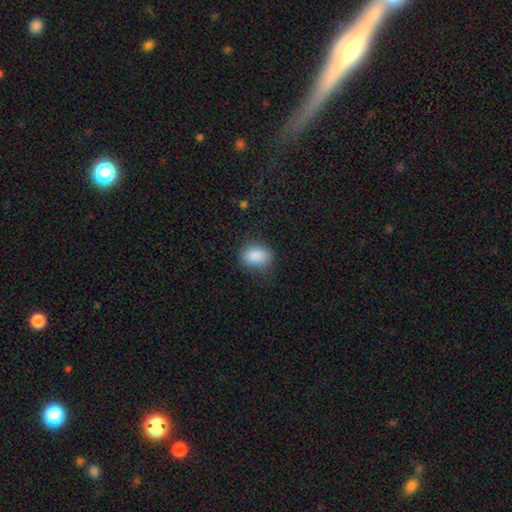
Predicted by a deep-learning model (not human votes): This appears to be a smooth galaxy with no disk features (87%) that is in between round and cigar-shaped (75%). Merging: none (73%).